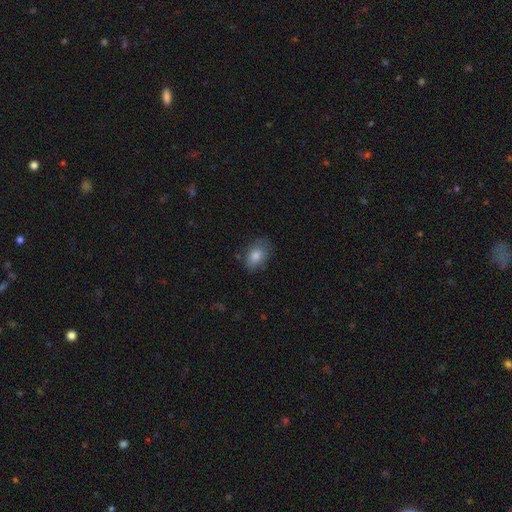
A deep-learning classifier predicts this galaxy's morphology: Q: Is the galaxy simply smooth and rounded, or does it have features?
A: smooth — 79%.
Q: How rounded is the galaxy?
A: in between — 78%.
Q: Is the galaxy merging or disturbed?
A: none — 70%.